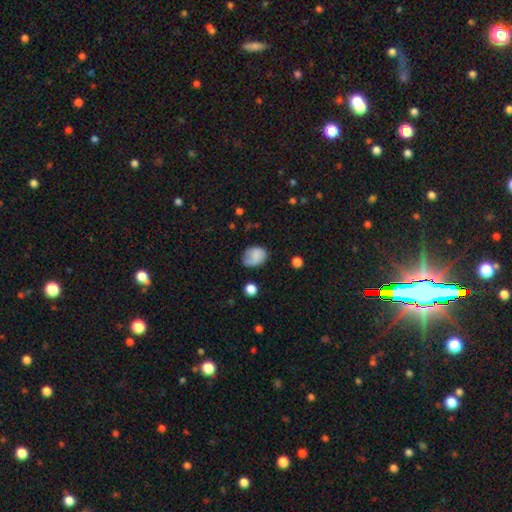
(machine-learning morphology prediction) Q: Smooth or featured?
A: smooth (76%); runner-up: featured or disk (15%)
Q: How rounded?
A: in between (61%); runner-up: round (38%)
Q: Merging?
A: none (58%); runner-up: minor disturbance (29%)